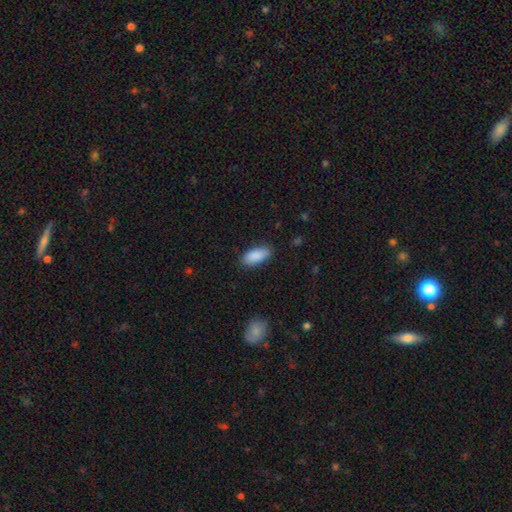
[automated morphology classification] This appears to be a smooth galaxy with no disk features (89%) that is in between round and cigar-shaped (86%). Merging: none (85%).